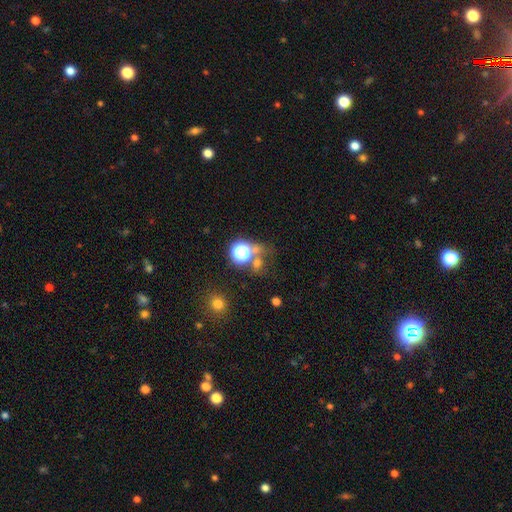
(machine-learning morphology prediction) Smooth or featured? star or artifact (51%)